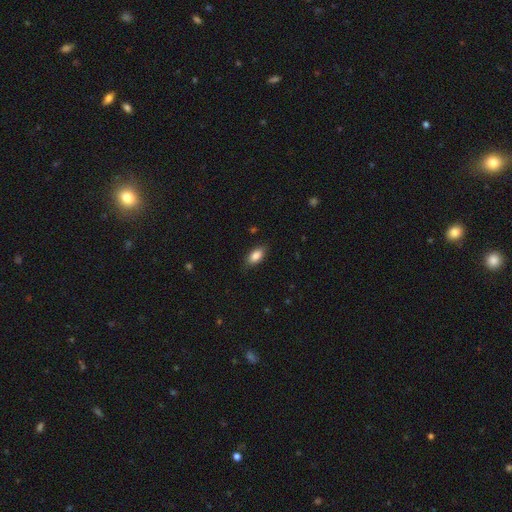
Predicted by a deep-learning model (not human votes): smooth-or-featured: smooth: 86% | star or artifact: 7% | featured or disk: 7%
  how-rounded: in between: 89% | cigar-shaped: 7% | round: 4%
  merging: none: 83% | minor disturbance: 14% | major disturbance: 3% | merger: 1%